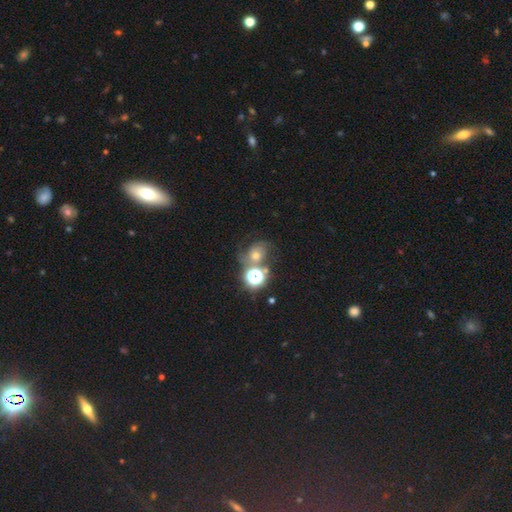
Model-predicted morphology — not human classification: A featured or disk galaxy (37%). Merging: none (46%).